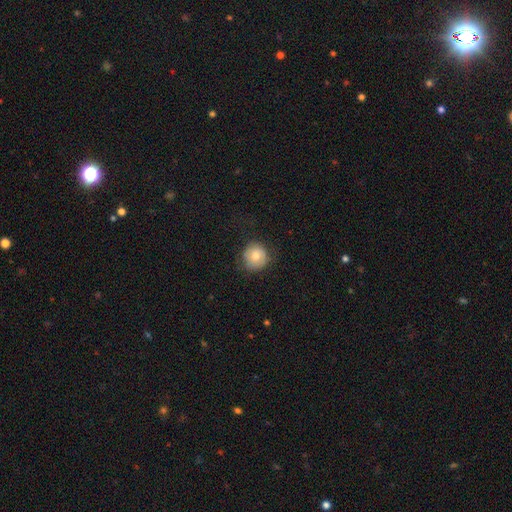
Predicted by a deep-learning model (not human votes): Q: Smooth or featured?
A: smooth (74%); runner-up: featured or disk (18%)
Q: How rounded?
A: round (91%); runner-up: in between (8%)
Q: Merging?
A: none (73%); runner-up: minor disturbance (19%)